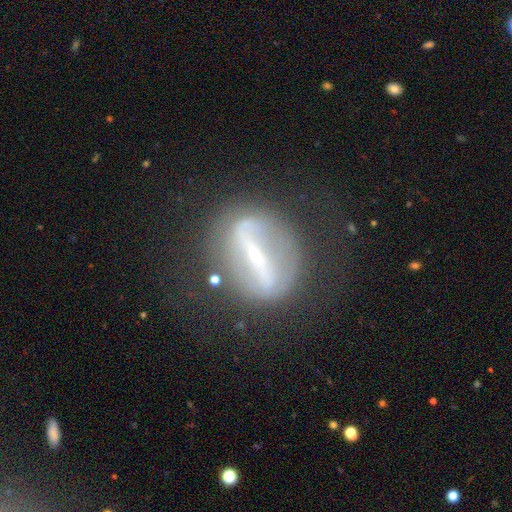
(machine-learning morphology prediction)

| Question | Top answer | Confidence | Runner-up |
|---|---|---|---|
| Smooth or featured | featured or disk | 81% | smooth (11%) |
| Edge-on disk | no | 80% | yes (20%) |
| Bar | strong | 84% | weak (11%) |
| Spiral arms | no | 52% | yes (48%) |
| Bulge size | small | 82% | moderate (13%) |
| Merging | none | 72% | minor disturbance (15%) |